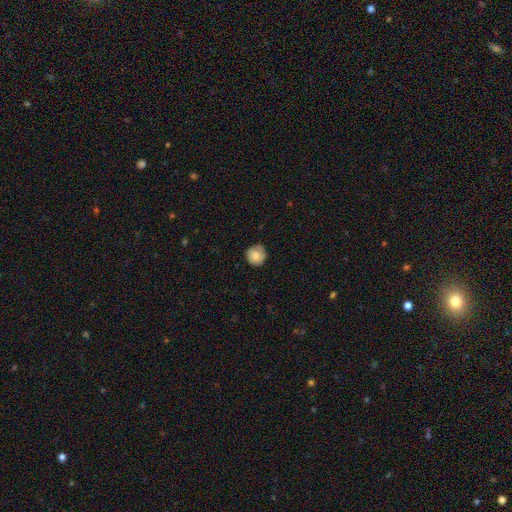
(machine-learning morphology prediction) A smooth galaxy with no disk features (80%) that is round (93%). Merging: none (75%).